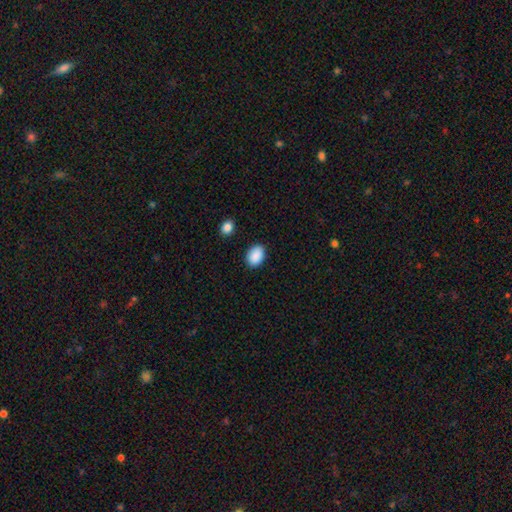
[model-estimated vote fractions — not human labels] Smooth or featured: smooth — 90% (star or artifact — 7%)
How rounded: in between — 76% (round — 23%)
Merging: none — 86% (minor disturbance — 10%)